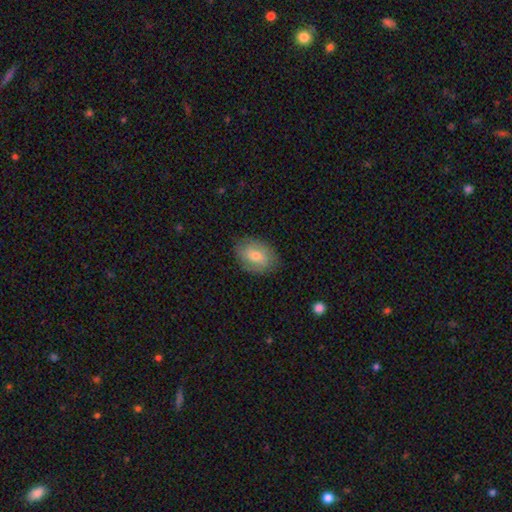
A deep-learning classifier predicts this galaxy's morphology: smooth-or-featured: smooth: 61% | featured or disk: 32% | star or artifact: 7%
  how-rounded: in between: 73% | round: 26% | cigar-shaped: 1%
  merging: none: 80% | minor disturbance: 15% | major disturbance: 4% | merger: 1%